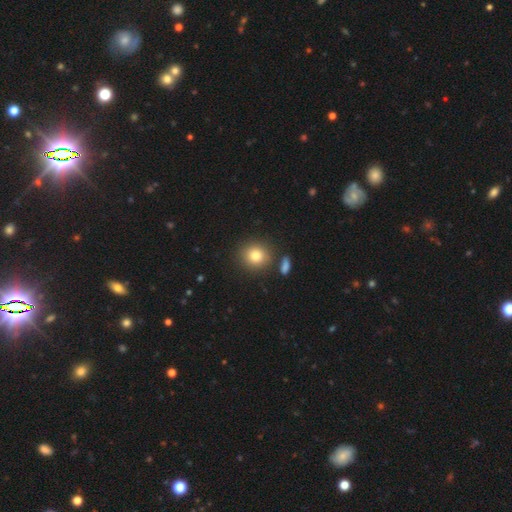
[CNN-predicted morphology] Smooth or featured?
  - smooth: 80% *
  - star or artifact: 11%
  - featured or disk: 9%
How rounded?
  - round: 88% *
  - in between: 11%
  - cigar-shaped: 1%
Merging?
  - none: 82% *
  - minor disturbance: 8%
  - merger: 7%
  - major disturbance: 3%